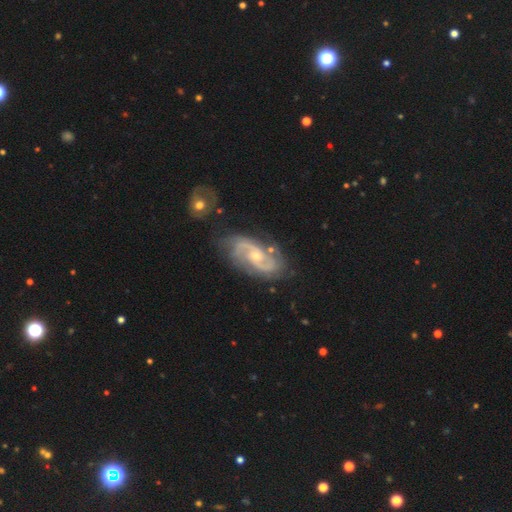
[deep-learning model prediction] Smooth or featured? Predicted: featured or disk (p=0.89). Edge-on disk? Predicted: no (p=0.96). Bar? Predicted: no (p=0.56). Spiral arms? Predicted: yes (p=0.97). Spiral winding? Predicted: medium (p=0.51). Spiral arm count? Predicted: 2 (p=0.81). Bulge size? Predicted: small (p=0.57). Merging? Predicted: none (p=0.73).